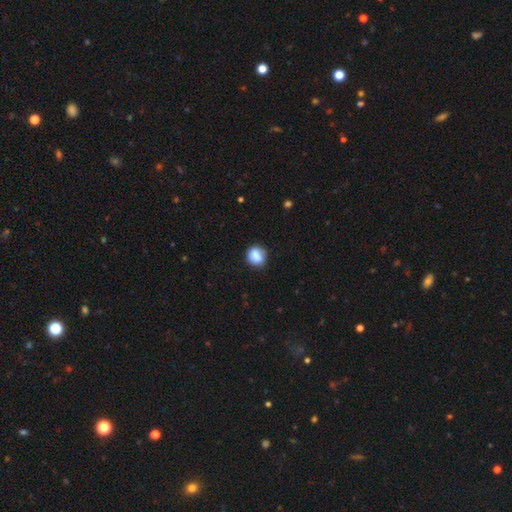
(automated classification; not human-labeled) Smooth or featured?
  - smooth: 83% *
  - star or artifact: 8%
  - featured or disk: 8%
How rounded?
  - round: 71% *
  - in between: 27%
  - cigar-shaped: 1%
Merging?
  - none: 75% *
  - minor disturbance: 17%
  - major disturbance: 4%
  - merger: 4%